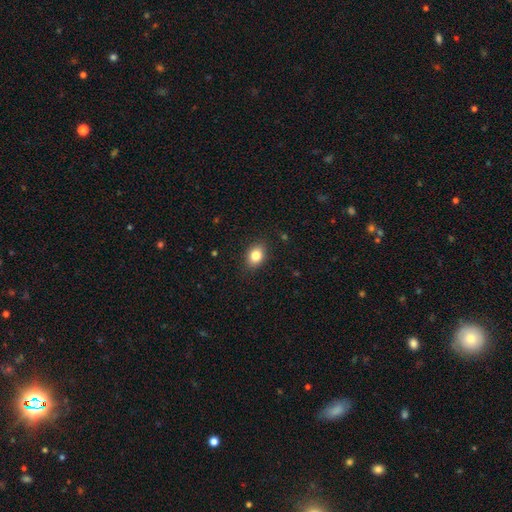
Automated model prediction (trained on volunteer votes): This appears to be a smooth galaxy with no disk features (83%) that is in between round and cigar-shaped (72%). Merging: none (86%).